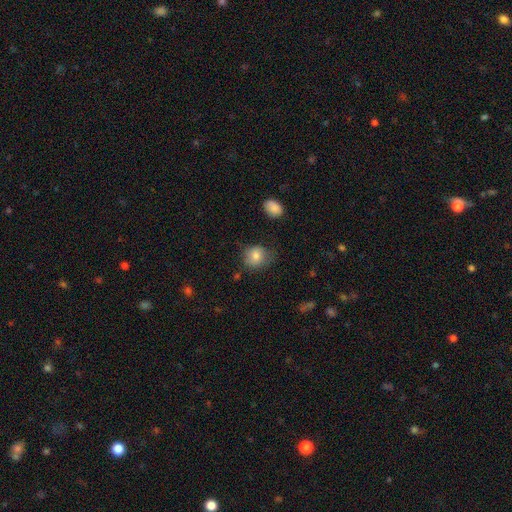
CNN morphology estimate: smooth 81%, star or artifact 9%, featured or disk 9%. Down the decision tree: how rounded — round (75%); merging — none (65%).